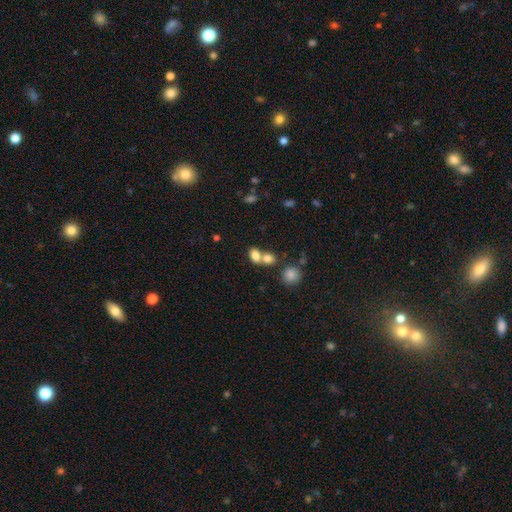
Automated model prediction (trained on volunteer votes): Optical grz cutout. It shows a smooth galaxy with no disk features (79%) that is in between round and cigar-shaped (70%). Merging: merger (58%).